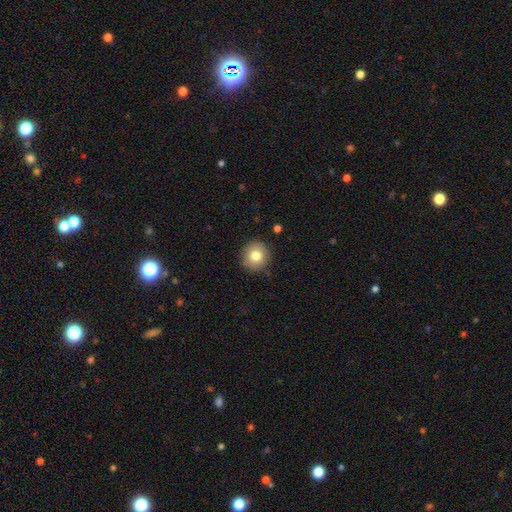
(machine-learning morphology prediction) Q: Smooth or featured?
A: smooth (80%); runner-up: featured or disk (11%)
Q: How rounded?
A: round (92%); runner-up: in between (8%)
Q: Merging?
A: none (89%); runner-up: minor disturbance (8%)